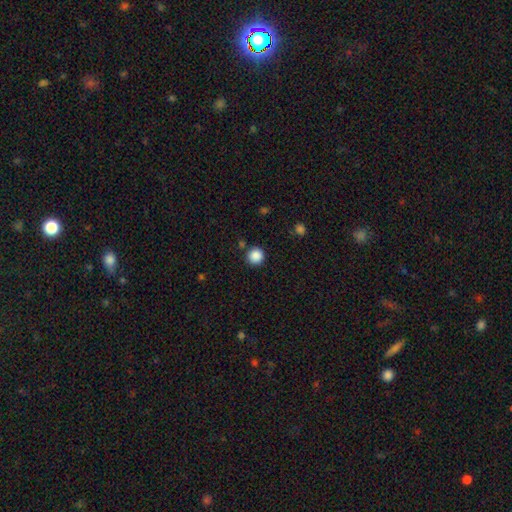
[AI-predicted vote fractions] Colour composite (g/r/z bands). It shows a smooth galaxy with no disk features (87%) that is round (94%). Merging: none (86%).